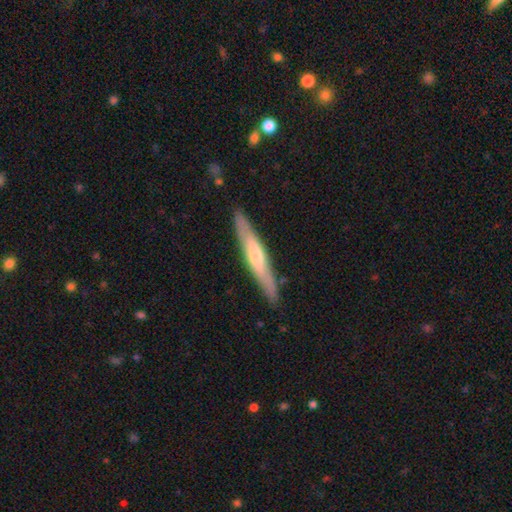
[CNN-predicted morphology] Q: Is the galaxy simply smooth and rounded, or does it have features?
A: featured or disk — 60%.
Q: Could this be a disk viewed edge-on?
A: yes — 91%.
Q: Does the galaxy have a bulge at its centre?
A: rounded — 65%.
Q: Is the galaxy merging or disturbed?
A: none — 87%.